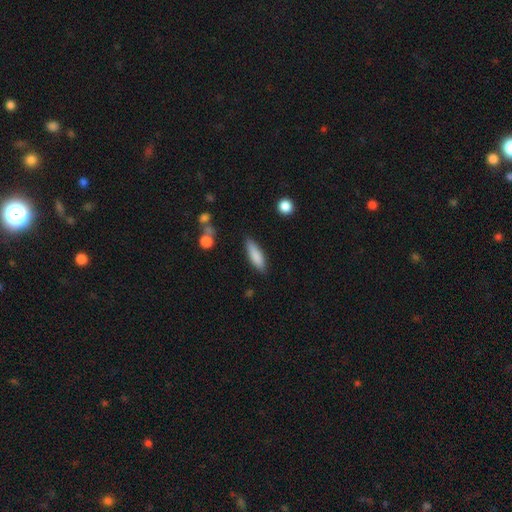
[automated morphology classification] smooth 82%, featured or disk 12%, star or artifact 6%. Down the decision tree: how rounded — cigar-shaped (57%); merging — none (82%).